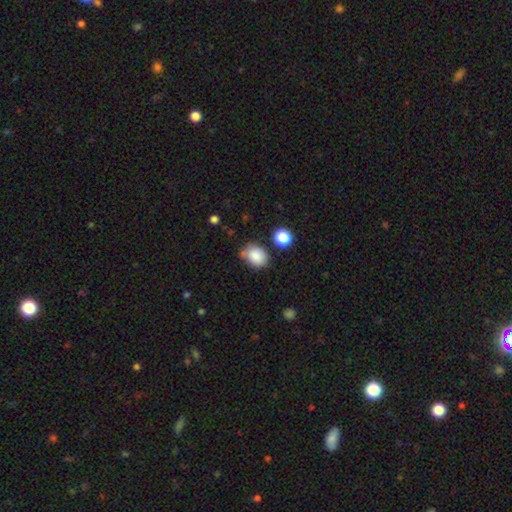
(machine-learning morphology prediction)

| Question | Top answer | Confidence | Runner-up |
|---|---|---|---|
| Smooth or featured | smooth | 85% | star or artifact (9%) |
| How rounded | in between | 59% | round (40%) |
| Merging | none | 65% | minor disturbance (21%) |